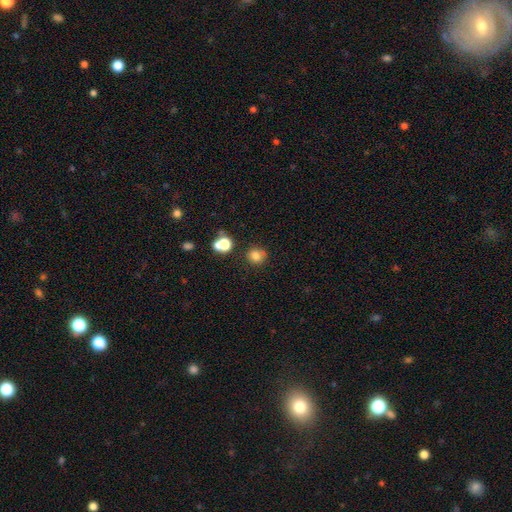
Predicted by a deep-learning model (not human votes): This appears to be a smooth galaxy with no disk features (80%) that is round (86%). Merging: none (75%).